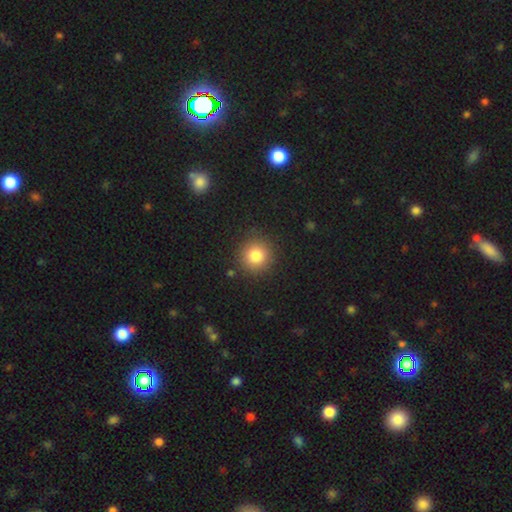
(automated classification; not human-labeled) Smooth or featured? Predicted: smooth (p=0.82). How rounded? Predicted: round (p=0.93). Merging? Predicted: none (p=0.88).